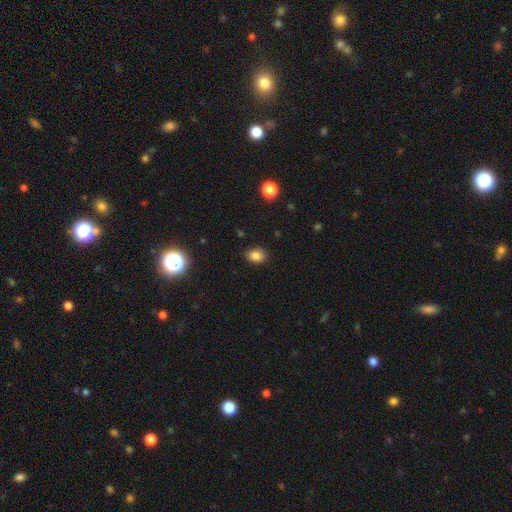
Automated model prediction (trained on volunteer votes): A smooth galaxy with no disk features (82%) that is in between round and cigar-shaped (68%). Merging: none (85%).